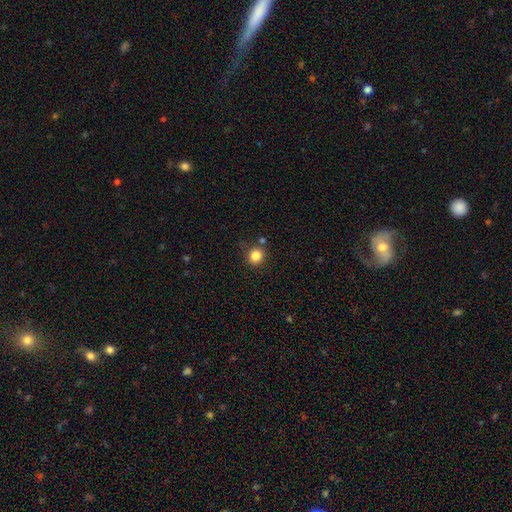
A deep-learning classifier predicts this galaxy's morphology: This appears to be a smooth galaxy with no disk features (84%) that is round (90%). Merging: none (79%).